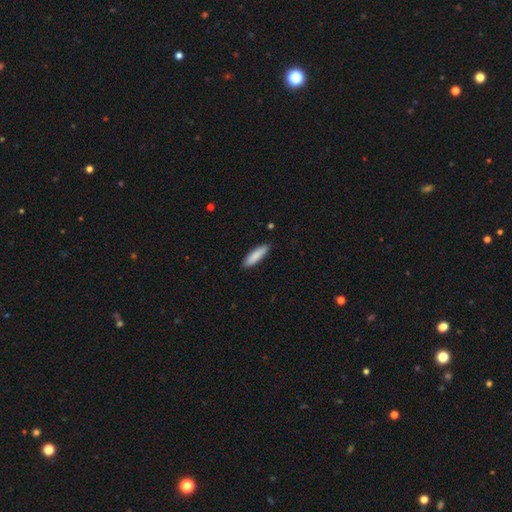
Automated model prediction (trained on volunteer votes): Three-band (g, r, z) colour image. It shows a smooth galaxy with no disk features (87%) that is cigar-shaped (66%). Merging: none (88%).